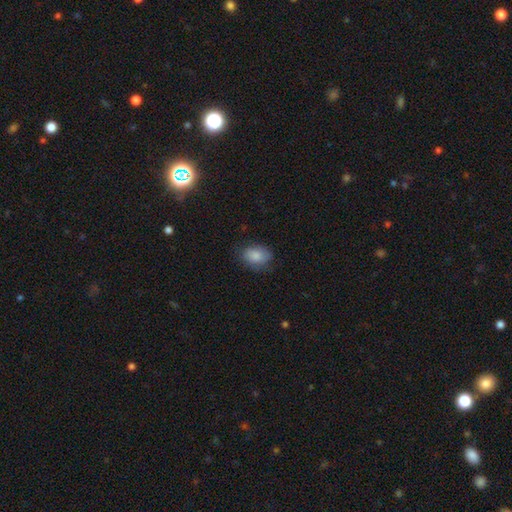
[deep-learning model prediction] Smooth or featured?
  - smooth: 85% *
  - featured or disk: 8%
  - star or artifact: 7%
How rounded?
  - in between: 79% *
  - round: 20%
  - cigar-shaped: 1%
Merging?
  - none: 73% *
  - minor disturbance: 21%
  - major disturbance: 5%
  - merger: 1%